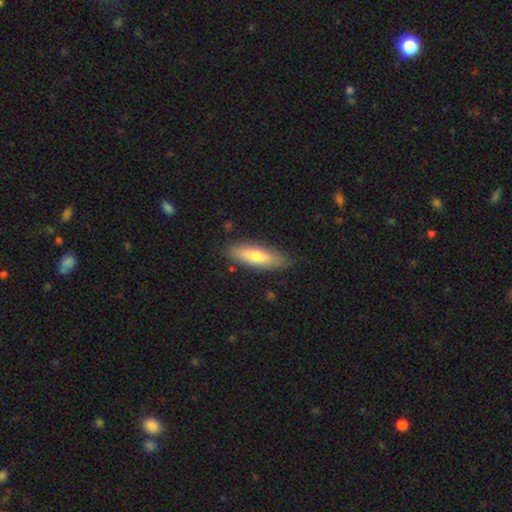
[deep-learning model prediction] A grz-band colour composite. It shows a smooth galaxy with no disk features (67%) that is cigar-shaped (54%). Merging: none (83%).